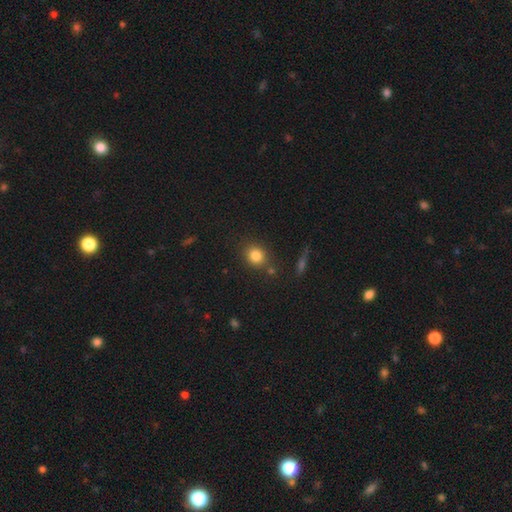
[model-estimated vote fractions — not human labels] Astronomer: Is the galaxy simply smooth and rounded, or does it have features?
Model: smooth — 83%.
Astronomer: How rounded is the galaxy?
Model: round — 78%.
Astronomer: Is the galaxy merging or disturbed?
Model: none — 80%.